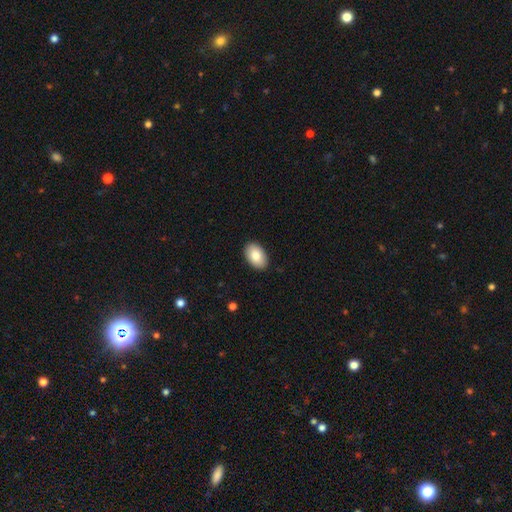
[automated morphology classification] Q: Smooth or featured?
A: smooth (83%); runner-up: featured or disk (10%)
Q: How rounded?
A: in between (91%); runner-up: round (7%)
Q: Merging?
A: none (89%); runner-up: minor disturbance (8%)